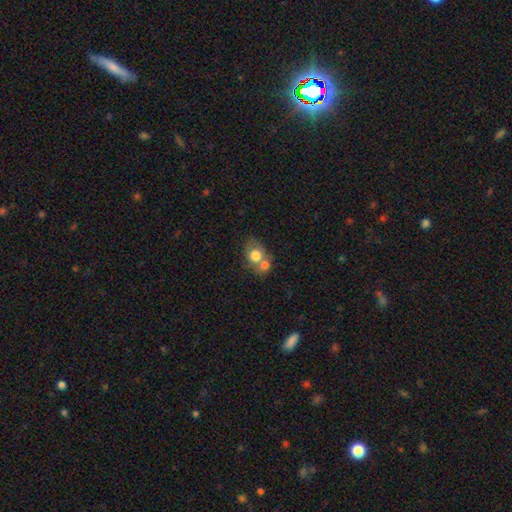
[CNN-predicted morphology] This appears to be a smooth galaxy with no disk features (73%) that is round (52%). Merging: merger (57%).